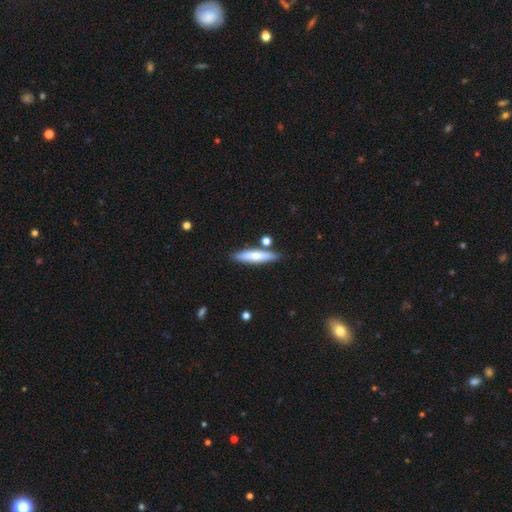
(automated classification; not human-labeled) This appears to be a smooth galaxy with no disk features (69%) that is cigar-shaped (81%). Merging: none (80%).